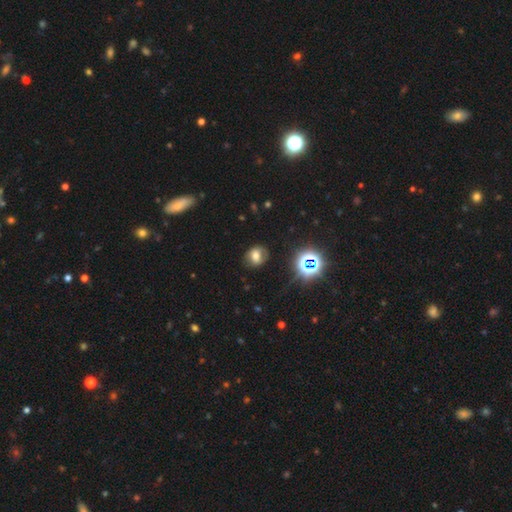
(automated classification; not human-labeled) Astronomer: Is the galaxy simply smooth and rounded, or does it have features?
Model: smooth — 58%.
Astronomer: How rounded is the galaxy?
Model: round — 61% (runner-up: in between, 38%).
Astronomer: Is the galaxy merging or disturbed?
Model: none — 76%.